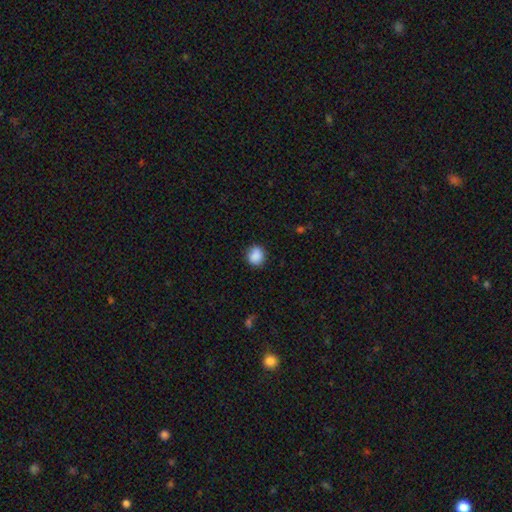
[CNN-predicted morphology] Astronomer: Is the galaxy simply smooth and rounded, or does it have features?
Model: smooth — 88%.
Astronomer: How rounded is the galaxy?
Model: round — 75%.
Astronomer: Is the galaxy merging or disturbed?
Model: none — 85%.